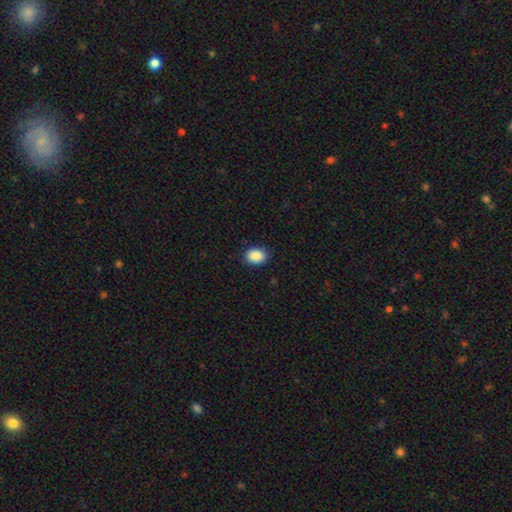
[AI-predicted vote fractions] smooth-or-featured: smooth: 90% | star or artifact: 8% | featured or disk: 3%
  how-rounded: in between: 68% | round: 31% | cigar-shaped: 1%
  merging: none: 88% | minor disturbance: 9% | major disturbance: 2% | merger: 1%